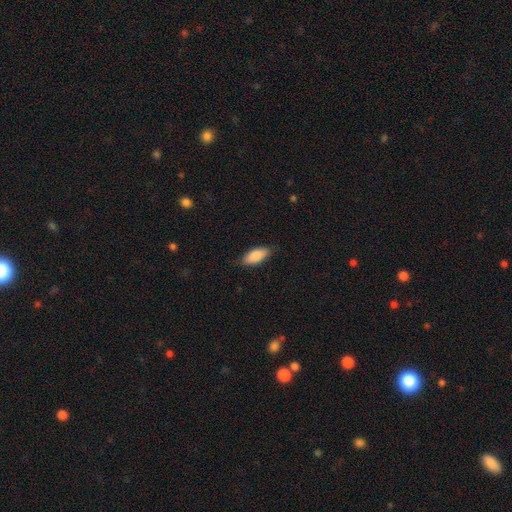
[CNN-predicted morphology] smooth-or-featured: smooth: 84% | featured or disk: 10% | star or artifact: 6%
  how-rounded: in between: 86% | cigar-shaped: 12% | round: 2%
  merging: none: 83% | minor disturbance: 14% | major disturbance: 2% | merger: 1%